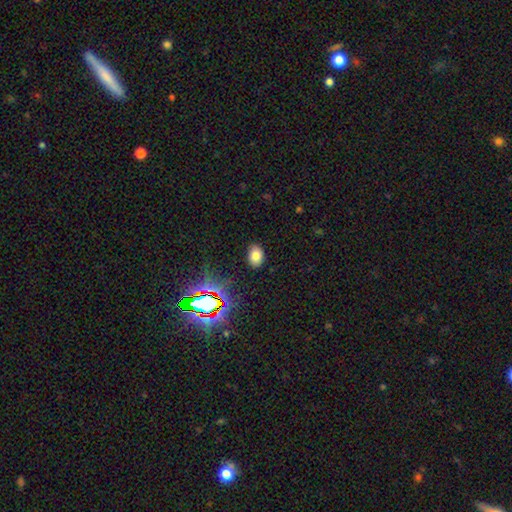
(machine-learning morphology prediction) This is likely a smooth galaxy (77%). How rounded: likely in between (77%). Merging: clearly none (87%).